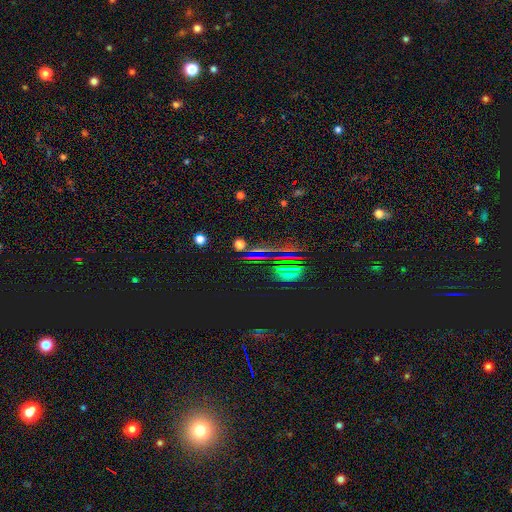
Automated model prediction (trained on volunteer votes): A star or artifact, not a galaxy (75%).